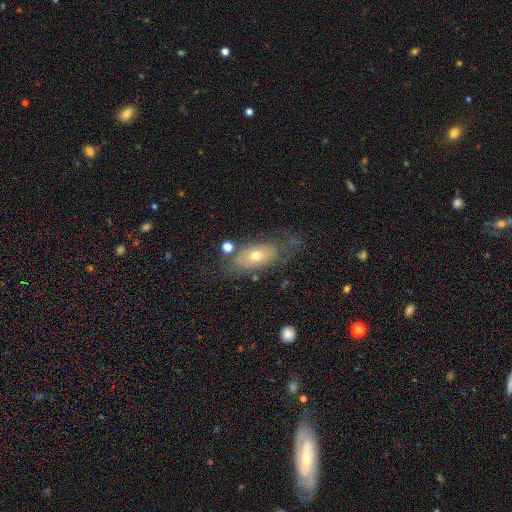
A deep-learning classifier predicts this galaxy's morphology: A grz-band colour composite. It shows a smooth galaxy with no disk features (50%) that is in between round and cigar-shaped (83%). Merging: none (57%).